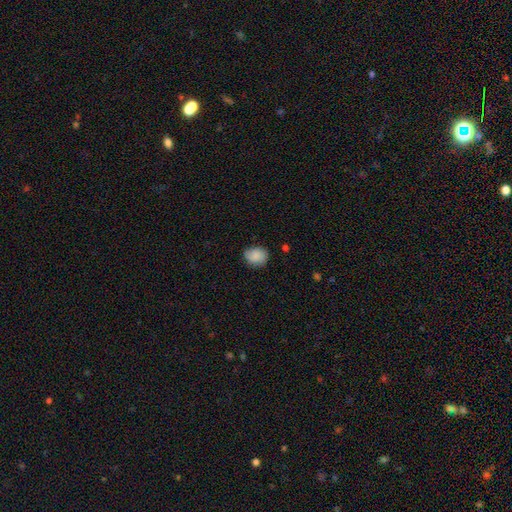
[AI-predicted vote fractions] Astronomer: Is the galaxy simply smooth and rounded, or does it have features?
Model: smooth — 84%.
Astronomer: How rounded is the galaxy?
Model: round — 59% (runner-up: in between, 40%).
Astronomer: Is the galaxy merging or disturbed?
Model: none — 72%.